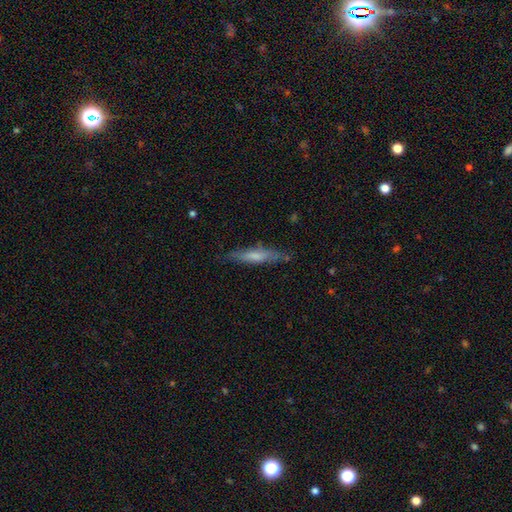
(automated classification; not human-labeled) smooth_or_featured: smooth (p=0.56) [alt: featured or disk p=0.38]
how_rounded: cigar-shaped (p=0.85) [alt: in between p=0.14]
merging: none (p=0.77) [alt: minor disturbance p=0.17]